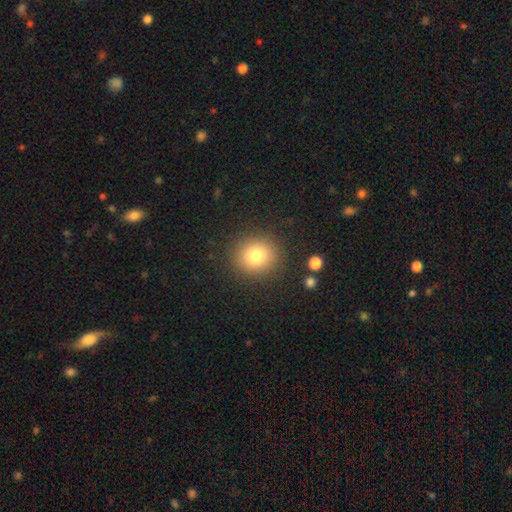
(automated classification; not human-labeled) A smooth galaxy with no disk features (79%) that is round (85%).

Vote fractions:
- Smooth or featured? smooth: 79% / star or artifact: 12% / featured or disk: 9%
- How rounded? round: 85% / in between: 14% / cigar-shaped: 1%
- Merging? none: 88% / minor disturbance: 7% / major disturbance: 3% / merger: 2%